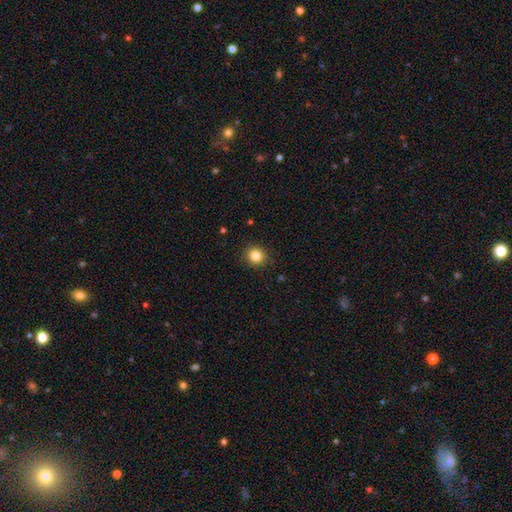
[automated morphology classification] This appears to be a smooth galaxy with no disk features (84%) that is round (88%). Merging: none (91%).